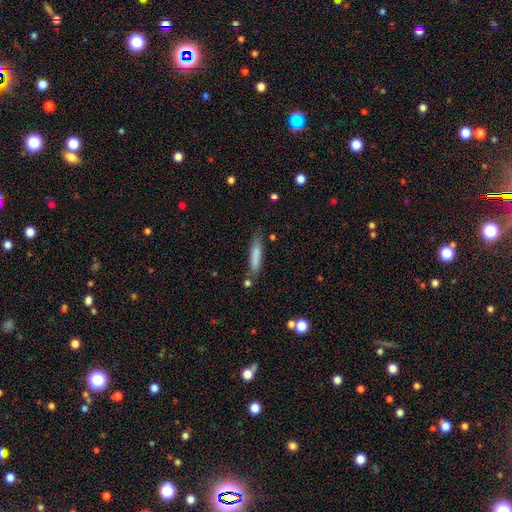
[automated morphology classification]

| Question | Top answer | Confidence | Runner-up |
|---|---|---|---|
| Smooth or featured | smooth | 79% | featured or disk (14%) |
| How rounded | cigar-shaped | 82% | in between (16%) |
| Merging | none | 71% | minor disturbance (18%) |